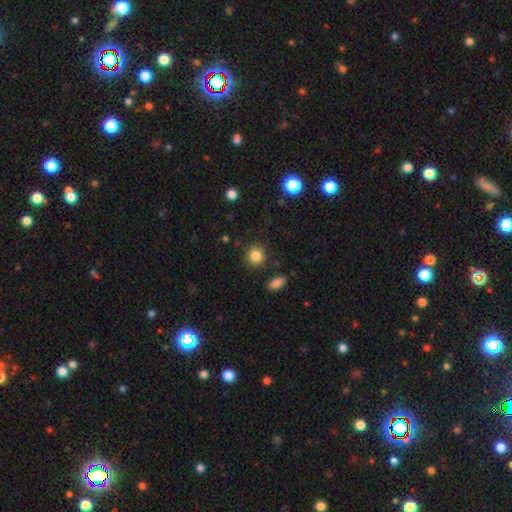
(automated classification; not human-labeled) Morphology: type=smooth (85%); roundness=round (90%); merging=none (88%).